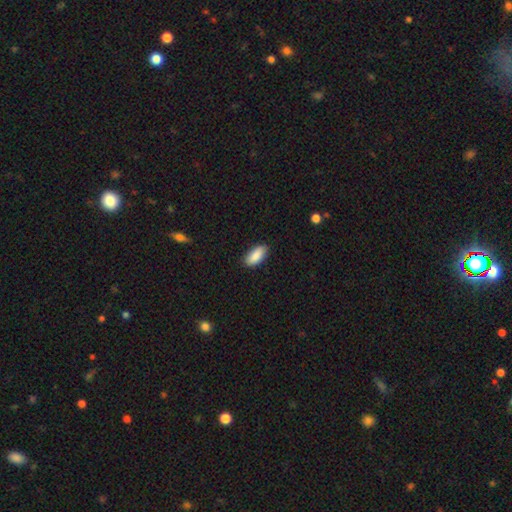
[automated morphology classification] This is clearly a smooth galaxy (88%). How rounded: clearly in between (89%). Merging: clearly none (86%).